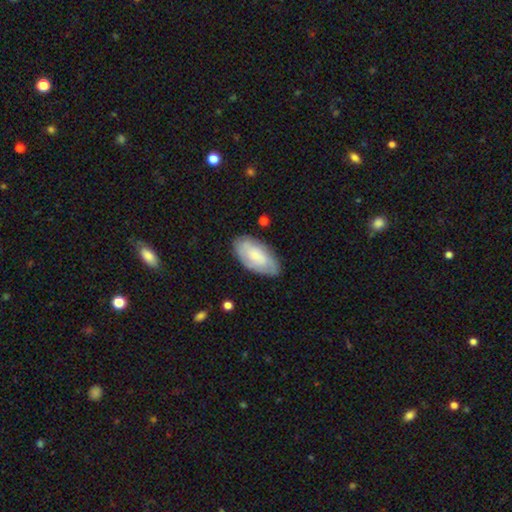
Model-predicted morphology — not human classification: A smooth galaxy with no disk features (58%) that is in between round and cigar-shaped (94%). Merging: none (75%).